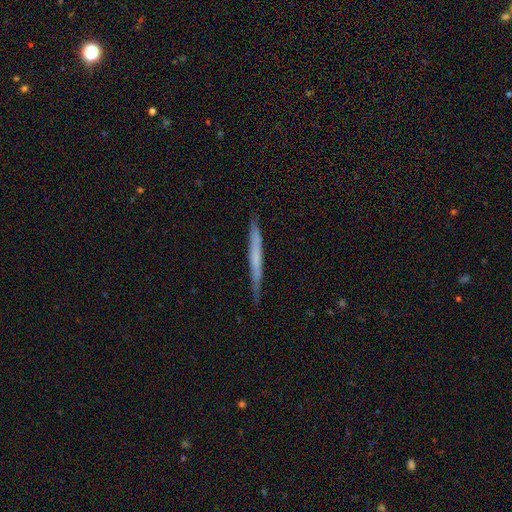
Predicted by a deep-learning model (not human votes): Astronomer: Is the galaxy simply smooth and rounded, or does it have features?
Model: featured or disk — 49% (runner-up: smooth, 45%).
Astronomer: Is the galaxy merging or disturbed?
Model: none — 85%.